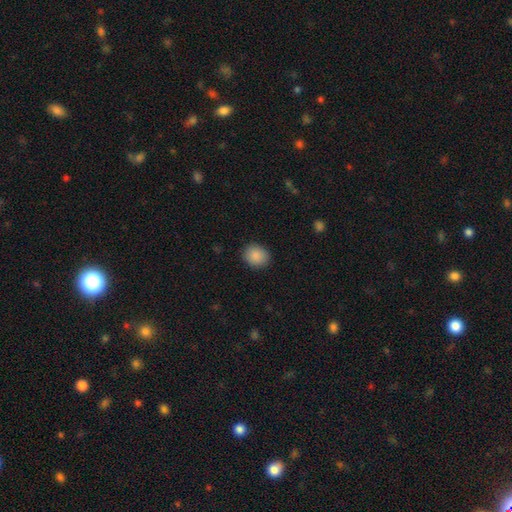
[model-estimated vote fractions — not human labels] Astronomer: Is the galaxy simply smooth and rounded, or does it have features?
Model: smooth — 89%.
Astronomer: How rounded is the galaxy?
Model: round — 67%.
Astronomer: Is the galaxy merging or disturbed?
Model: none — 89%.